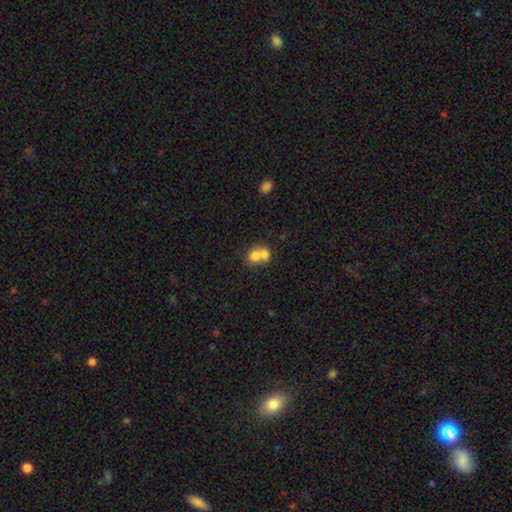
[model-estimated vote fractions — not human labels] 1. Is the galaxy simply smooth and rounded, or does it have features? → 72% smooth, 18% featured or disk, 9% star or artifact.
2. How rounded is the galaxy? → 65% round, 35% in between, 1% cigar-shaped.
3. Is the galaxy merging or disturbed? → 71% merger, 22% none, 5% minor disturbance, 2% major disturbance.